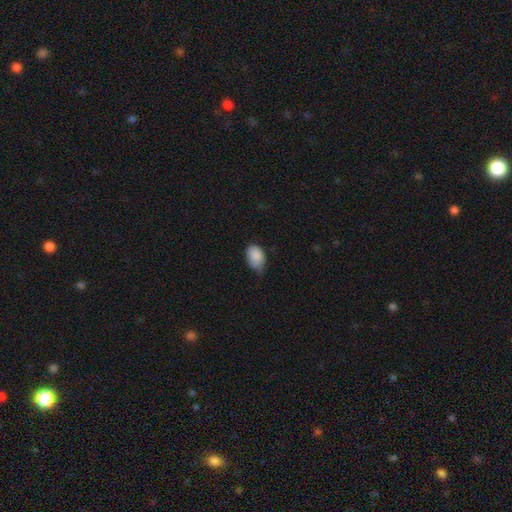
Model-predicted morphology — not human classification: type=smooth (88%); roundness=in between (86%); merging=minor disturbance (47%).